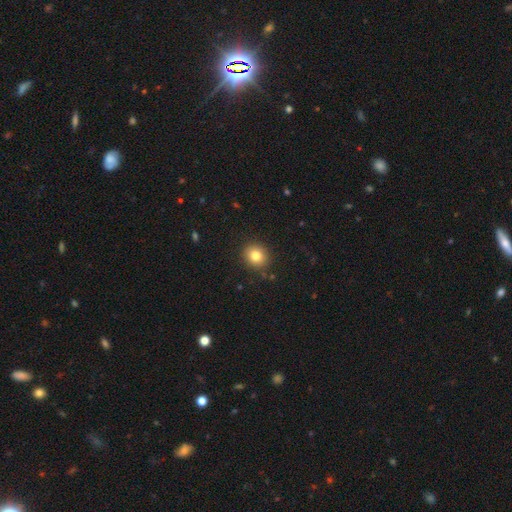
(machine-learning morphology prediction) The model was most divided on "how rounded": round: 80%, in between: 19%, cigar-shaped: 1%. More confident: merging — none (89%); smooth or featured — smooth (81%).